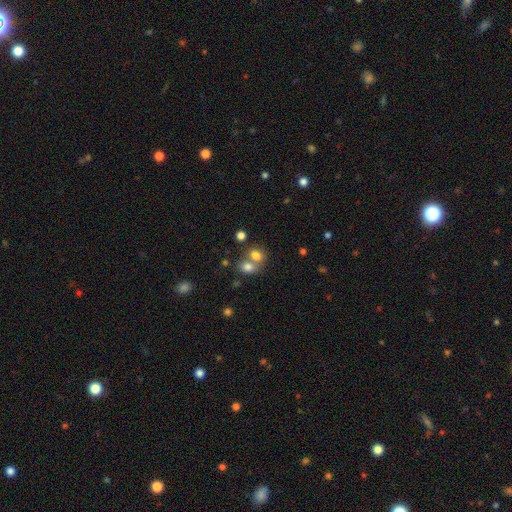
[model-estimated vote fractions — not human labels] Smooth or featured? Predicted: smooth (p=0.77). How rounded? Predicted: in between (p=0.53). Merging? Predicted: merger (p=0.56).